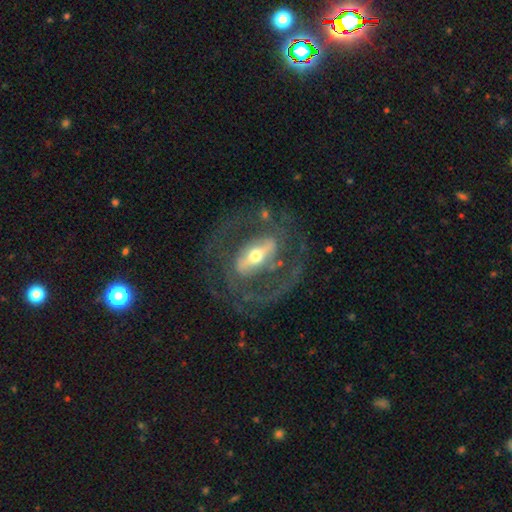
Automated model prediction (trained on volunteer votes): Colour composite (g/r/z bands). It shows a featured or disk galaxy (85%) with a strong bar (68%), 2 (69%) medium (45%) spiral arms (74%) and a moderate central bulge (59%). Merging: none (65%).